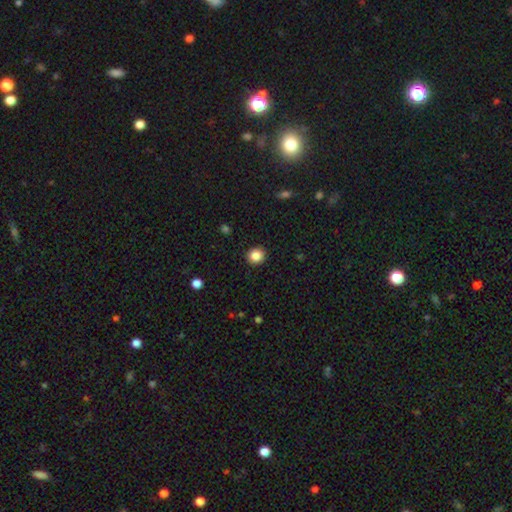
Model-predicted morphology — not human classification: smooth_or_featured: smooth (p=0.86) [alt: star or artifact p=0.10]
how_rounded: round (p=0.87) [alt: in between p=0.12]
merging: none (p=0.92) [alt: minor disturbance p=0.05]